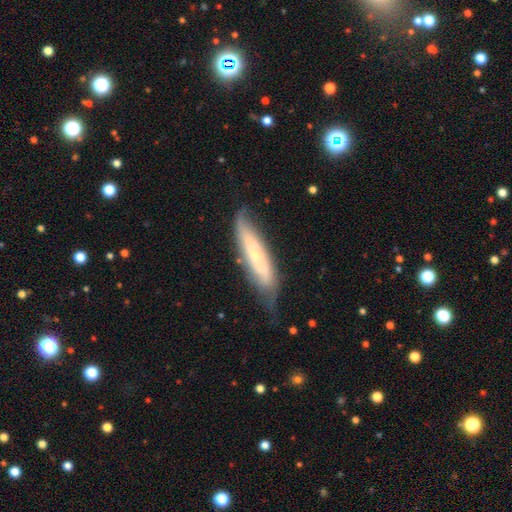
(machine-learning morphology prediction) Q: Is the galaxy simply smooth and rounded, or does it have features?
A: featured or disk — 54%.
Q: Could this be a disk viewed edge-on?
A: no — 58%.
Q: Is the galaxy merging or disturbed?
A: none — 60%.